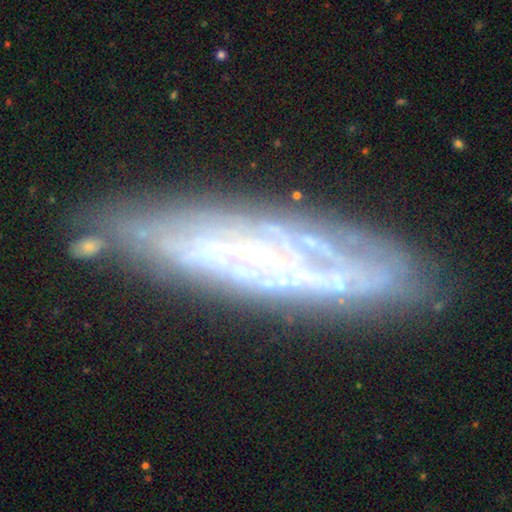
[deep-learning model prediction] smooth-or-featured: featured or disk: 72% | smooth: 16% | star or artifact: 12%
  disk-edge-on: yes: 50% (tied) | no: 50% (tied)
  merging: none: 71% | minor disturbance: 18% | major disturbance: 8% | merger: 3%